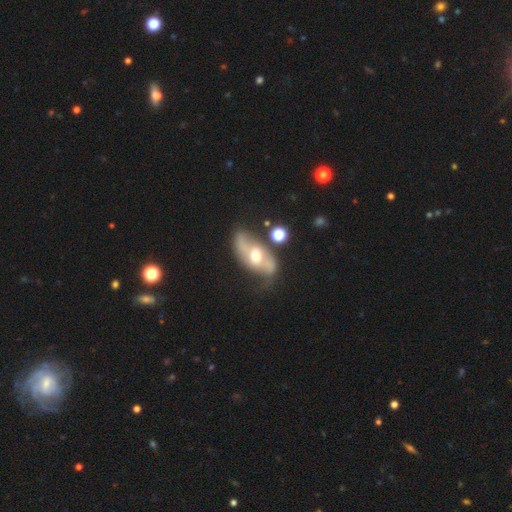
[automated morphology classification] Smooth or featured: featured or disk — 72% (smooth — 21%)
Edge-on disk: no — 89% (yes — 11%)
Bar: no — 52% (weak — 33%)
Spiral arms: yes — 76% (no — 24%)
Bulge size: moderate — 70% (small — 17%)
Merging: none — 57% (minor disturbance — 23%)